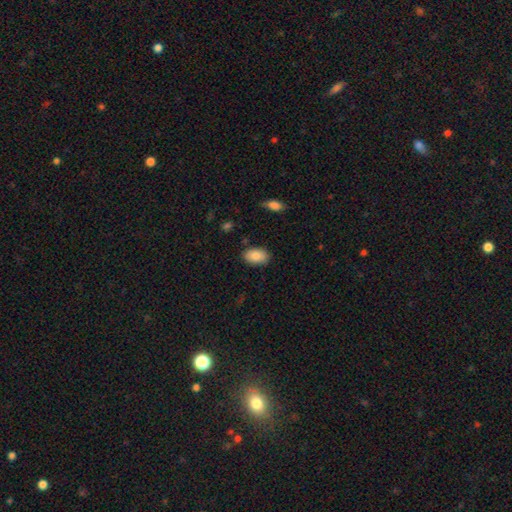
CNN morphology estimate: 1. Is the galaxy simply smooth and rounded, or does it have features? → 88% smooth, 7% star or artifact, 5% featured or disk.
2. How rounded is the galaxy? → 92% in between, 7% round, 1% cigar-shaped.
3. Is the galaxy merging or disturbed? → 84% none, 12% minor disturbance, 3% major disturbance, 2% merger.